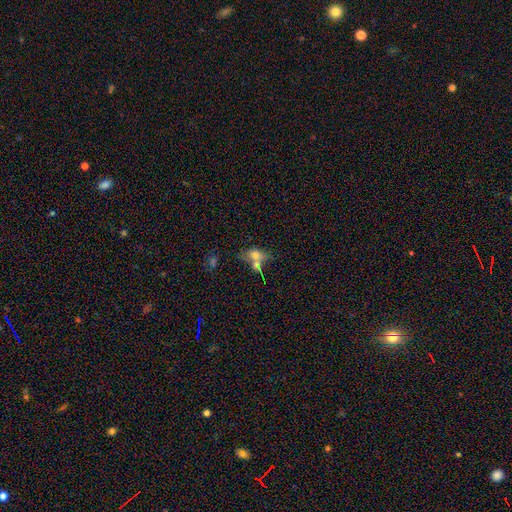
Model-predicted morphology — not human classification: Smooth or featured: smooth — 62% (featured or disk — 27%)
How rounded: in between — 71% (round — 20%)
Merging: merger — 52% (none — 29%)